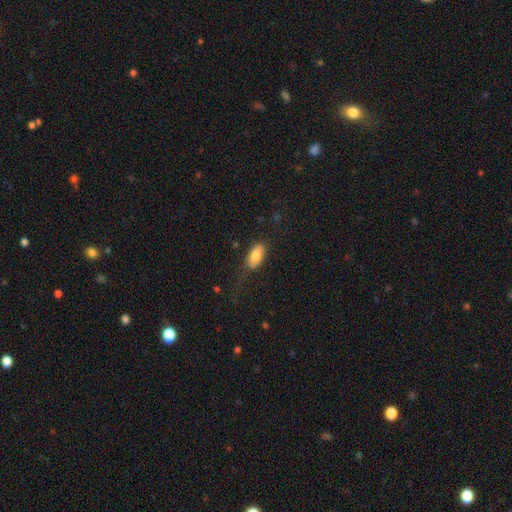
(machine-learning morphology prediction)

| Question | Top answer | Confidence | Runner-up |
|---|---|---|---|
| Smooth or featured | smooth | 78% | featured or disk (15%) |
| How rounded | in between | 90% | cigar-shaped (7%) |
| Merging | none | 65% | minor disturbance (22%) |